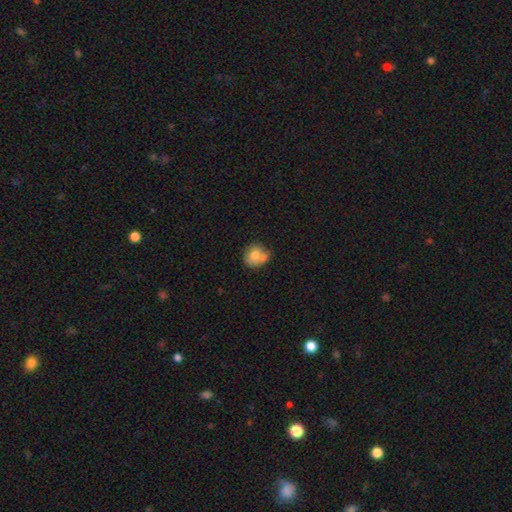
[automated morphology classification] This is likely a smooth galaxy (74%). How rounded: likely round (70%). Merging: possibly none (45%).